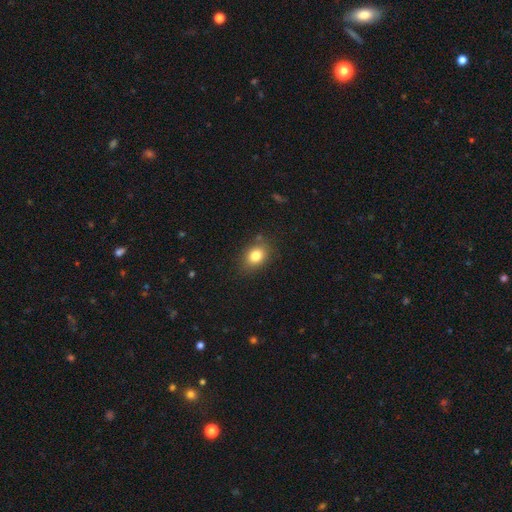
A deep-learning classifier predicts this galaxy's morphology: Q: Smooth or featured?
A: smooth (81%); runner-up: star or artifact (11%)
Q: How rounded?
A: in between (58%); runner-up: round (41%)
Q: Merging?
A: none (81%); runner-up: minor disturbance (13%)